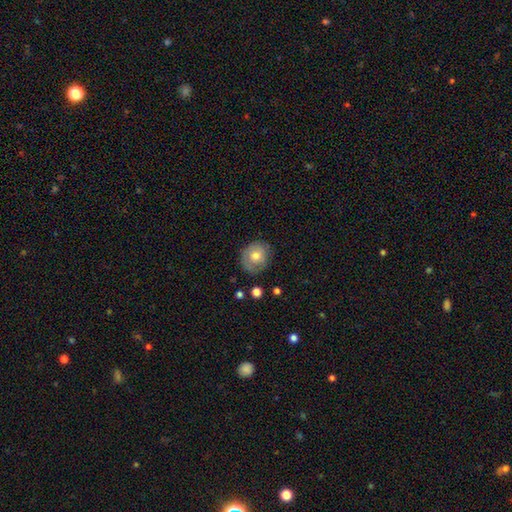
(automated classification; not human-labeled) The model was most divided on "smooth or featured": smooth: 68%, featured or disk: 24%, star or artifact: 8%. More confident: how rounded — round (77%); merging — none (73%).